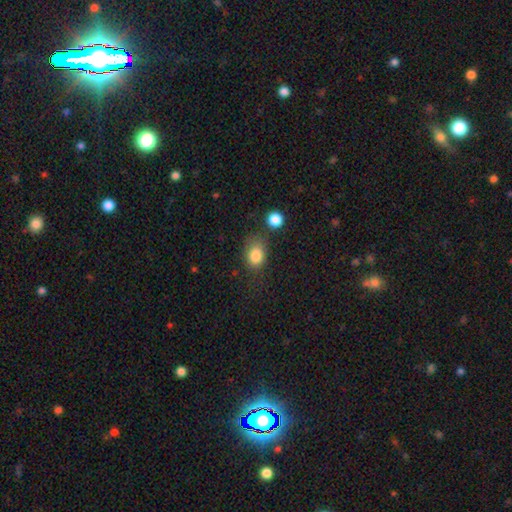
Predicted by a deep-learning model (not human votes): The model was most divided on "how rounded": in between: 66%, round: 33%, cigar-shaped: 1%. More confident: smooth or featured — smooth (84%); merging — none (60%).